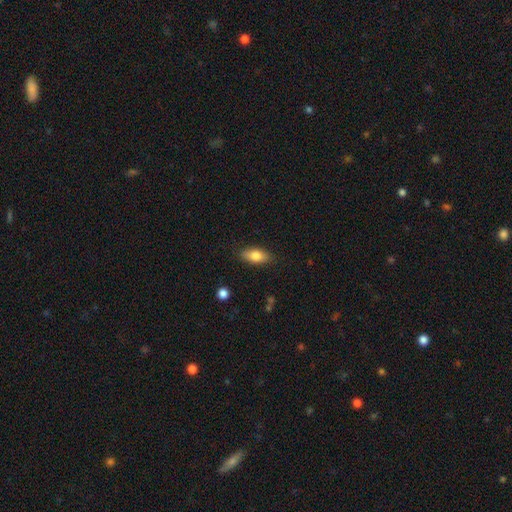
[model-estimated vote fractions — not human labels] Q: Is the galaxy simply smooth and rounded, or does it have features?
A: smooth — 77%.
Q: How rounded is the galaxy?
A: in between — 83%.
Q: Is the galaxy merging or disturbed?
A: none — 86%.